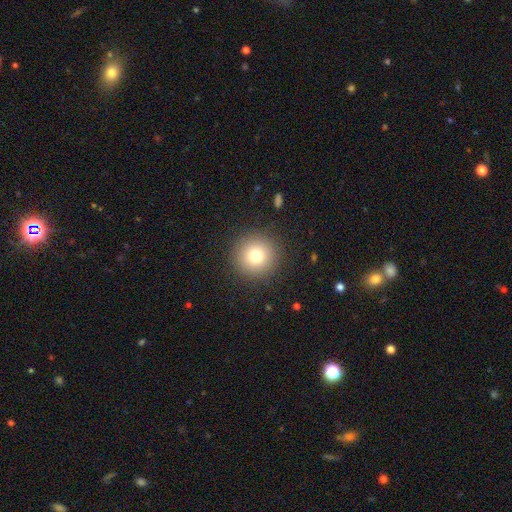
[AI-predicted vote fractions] smooth_or_featured: smooth (p=0.76) [alt: star or artifact p=0.13]
how_rounded: round (p=0.96) [alt: in between p=0.03]
merging: none (p=0.90) [alt: minor disturbance p=0.06]